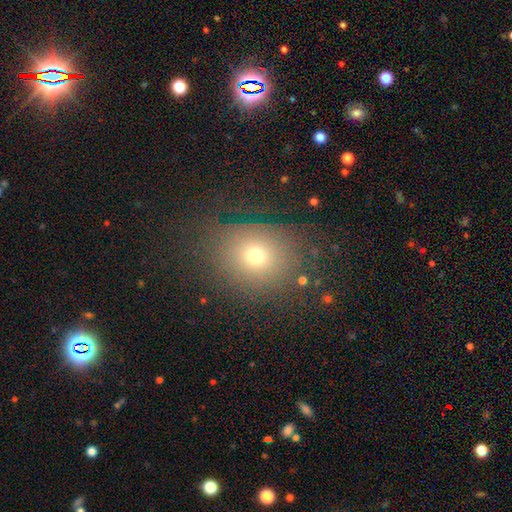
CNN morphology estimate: smooth 68%, star or artifact 20%, featured or disk 12%. Down the decision tree: how rounded — round (65%); merging — none (76%).